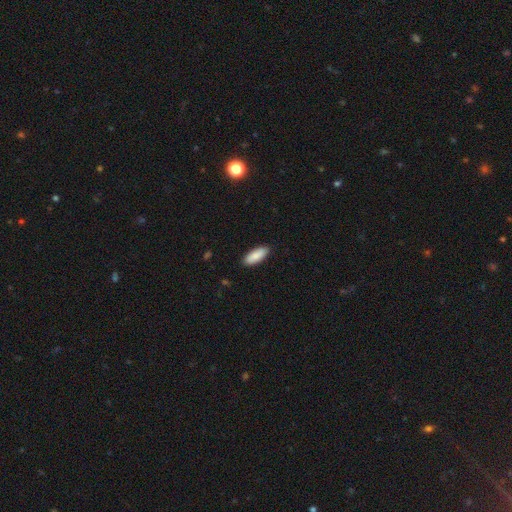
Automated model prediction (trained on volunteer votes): The model was most divided on "how rounded": in between: 77%, cigar-shaped: 21%, round: 2%. More confident: merging — none (90%); smooth or featured — smooth (89%).